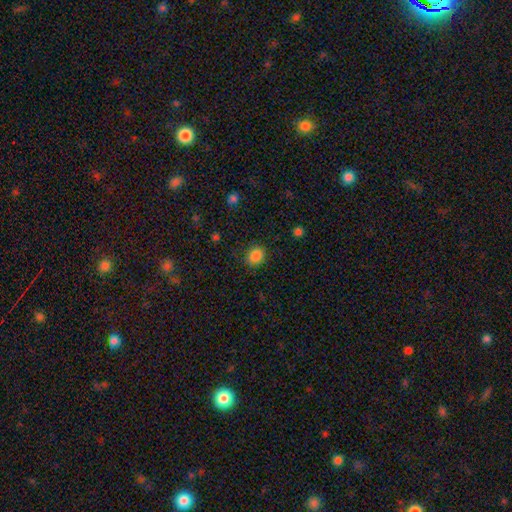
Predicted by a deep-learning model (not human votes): Smooth or featured? smooth (86%)
How rounded? round (72%)
Merging? none (87%)